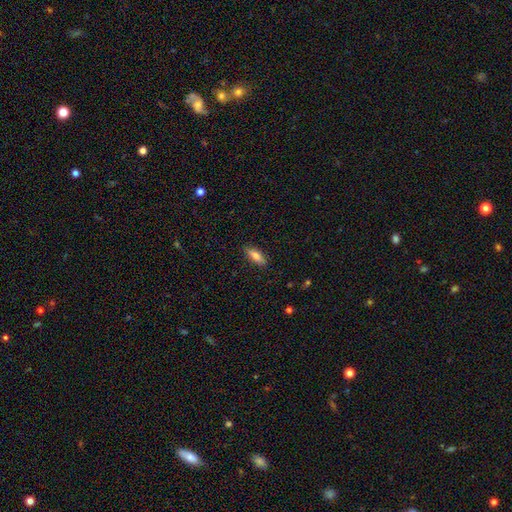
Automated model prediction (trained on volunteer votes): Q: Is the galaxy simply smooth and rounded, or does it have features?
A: smooth — 77%.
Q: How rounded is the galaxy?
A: in between — 61%.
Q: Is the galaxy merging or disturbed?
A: none — 87%.